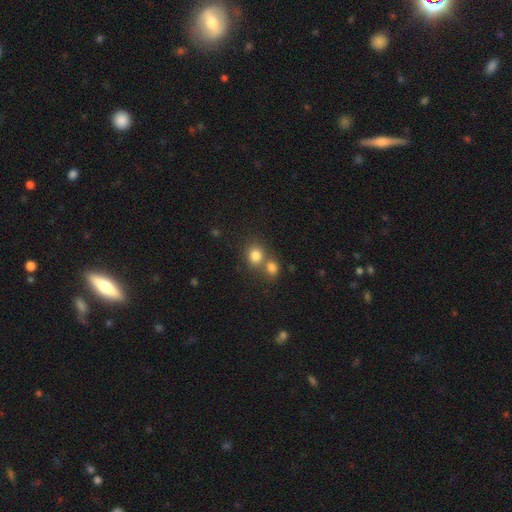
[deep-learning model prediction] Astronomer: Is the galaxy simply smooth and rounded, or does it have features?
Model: smooth — 80%.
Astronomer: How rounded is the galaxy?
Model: round — 77%.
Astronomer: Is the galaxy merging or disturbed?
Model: none — 46% (runner-up: merger, 44%).